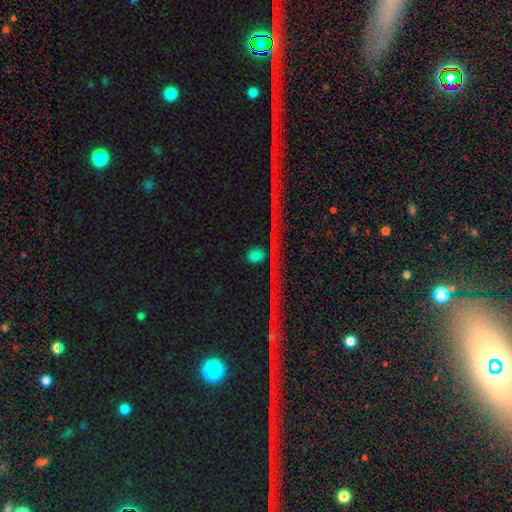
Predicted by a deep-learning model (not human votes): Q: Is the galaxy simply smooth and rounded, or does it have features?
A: star or artifact — 47%.